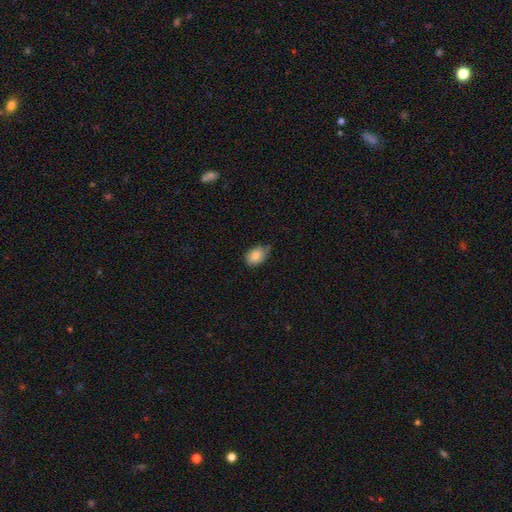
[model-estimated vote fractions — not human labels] Overall: smooth (82%). How rounded: in between (82%). Merging: none (61%; minor disturbance 32%).